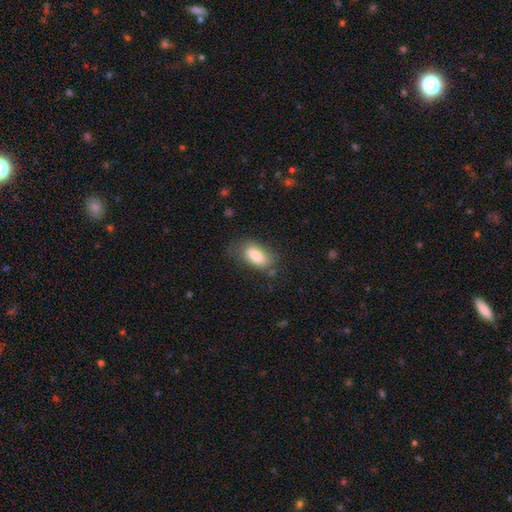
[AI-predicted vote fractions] Smooth or featured? Predicted: smooth (p=0.80). How rounded? Predicted: in between (p=0.90). Merging? Predicted: none (p=0.63).